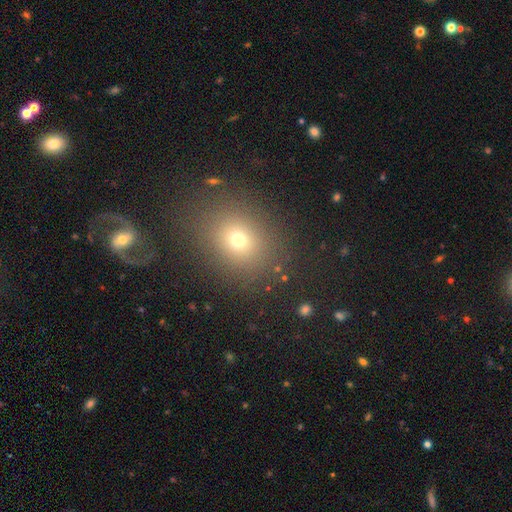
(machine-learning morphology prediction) smooth-or-featured: smooth: 58% | star or artifact: 27% | featured or disk: 14%
  how-rounded: round: 56% | in between: 43% | cigar-shaped: 1%
  merging: none: 83% | minor disturbance: 9% | merger: 4% | major disturbance: 4%